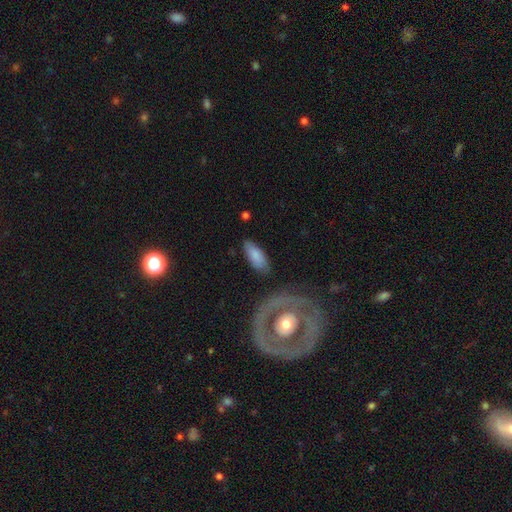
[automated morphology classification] This appears to be a smooth galaxy with no disk features (80%) that is in between round and cigar-shaped (81%). Merging: none (76%).